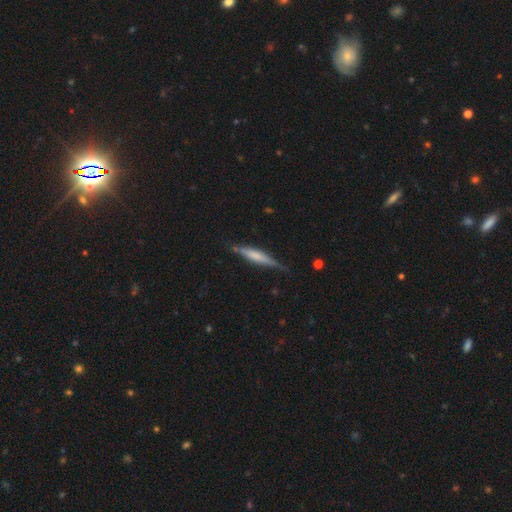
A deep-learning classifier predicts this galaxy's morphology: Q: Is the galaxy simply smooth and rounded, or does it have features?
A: featured or disk — 50%.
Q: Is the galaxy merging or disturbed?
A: none — 76%.